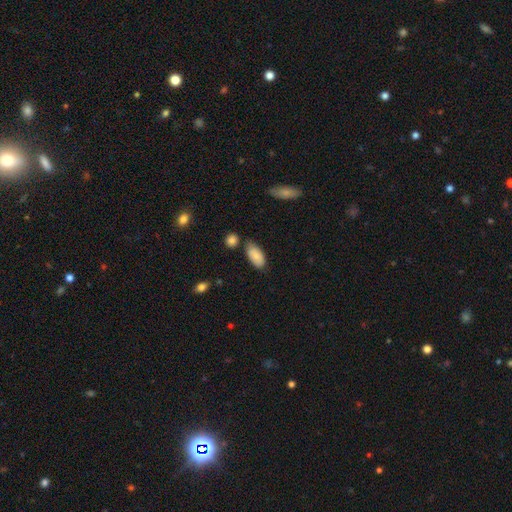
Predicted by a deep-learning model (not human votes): Smooth or featured? smooth (85%)
How rounded? in between (93%)
Merging? none (66%)